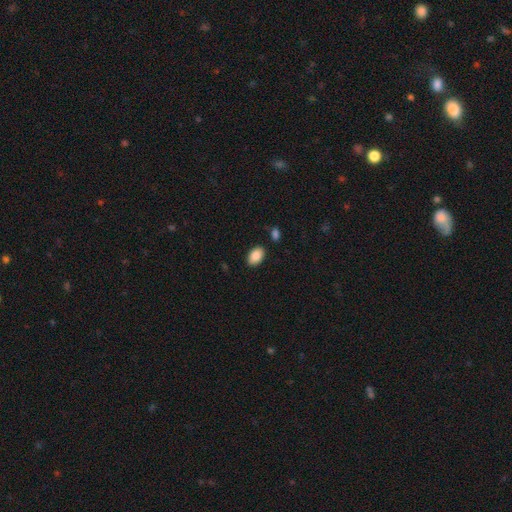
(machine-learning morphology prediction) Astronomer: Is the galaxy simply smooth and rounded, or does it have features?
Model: smooth — 89%.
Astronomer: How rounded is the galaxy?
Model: in between — 92%.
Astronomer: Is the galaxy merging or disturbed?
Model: none — 86%.